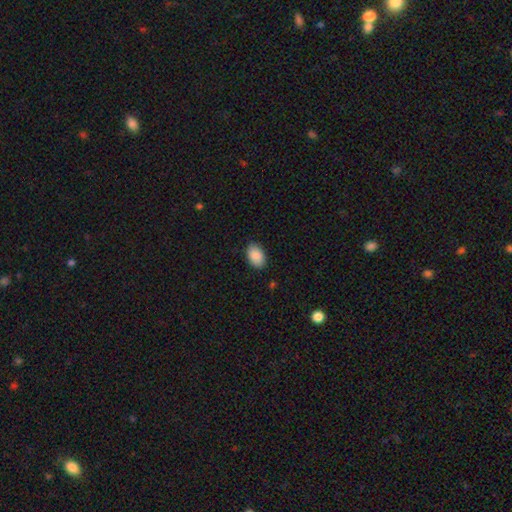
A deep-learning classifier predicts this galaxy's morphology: Smooth or featured?
  - smooth: 90% *
  - star or artifact: 7%
  - featured or disk: 4%
How rounded?
  - in between: 91% *
  - round: 8%
  - cigar-shaped: 1%
Merging?
  - none: 88% *
  - minor disturbance: 9%
  - major disturbance: 2%
  - merger: 1%